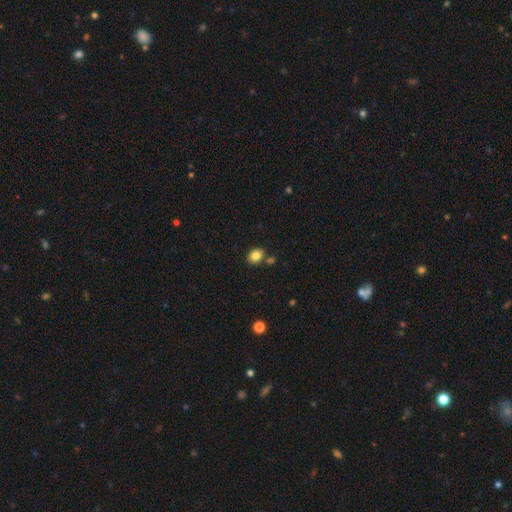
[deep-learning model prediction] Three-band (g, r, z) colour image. It shows a smooth galaxy with no disk features (84%) that is in between round and cigar-shaped (51%). Merging: none (77%).